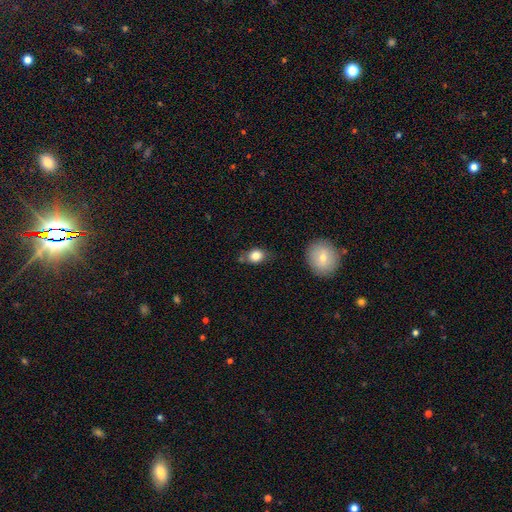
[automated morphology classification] smooth 82%, star or artifact 9%, featured or disk 9%. Down the decision tree: how rounded — in between (56%); merging — none (65%).